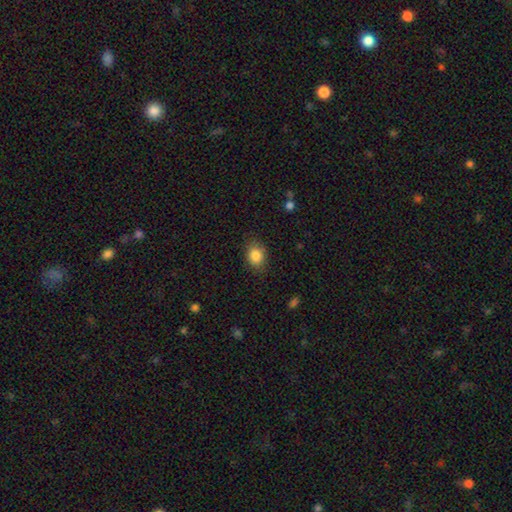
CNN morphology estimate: This is clearly a smooth galaxy (86%). How rounded: possibly in between (55%). Merging: clearly none (80%).